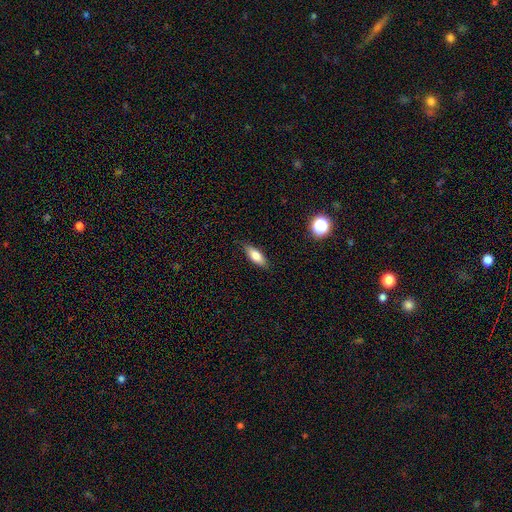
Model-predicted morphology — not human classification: smooth_or_featured: smooth (p=0.78) [alt: featured or disk p=0.14]
how_rounded: in between (p=0.73) [alt: cigar-shaped p=0.24]
merging: none (p=0.83) [alt: minor disturbance p=0.13]